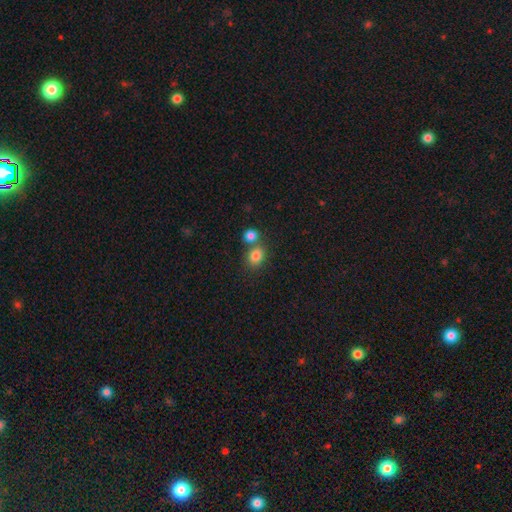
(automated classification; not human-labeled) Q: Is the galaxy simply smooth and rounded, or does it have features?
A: smooth — 83%.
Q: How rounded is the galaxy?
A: round — 57%.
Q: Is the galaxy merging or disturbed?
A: none — 54%.